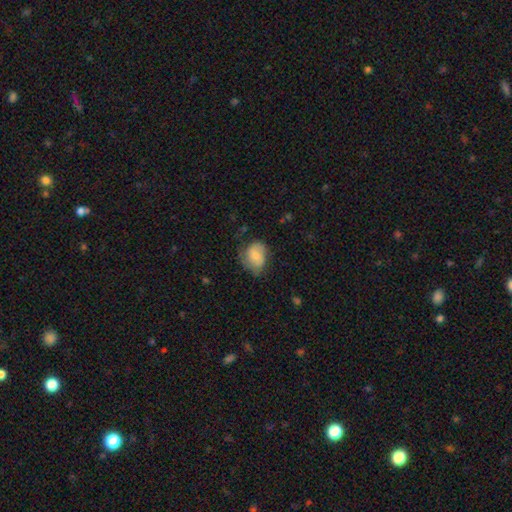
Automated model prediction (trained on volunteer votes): smooth-or-featured: smooth: 67% | featured or disk: 25% | star or artifact: 7%
  how-rounded: in between: 57% | round: 42% | cigar-shaped: 1%
  merging: none: 50% | minor disturbance: 34% | major disturbance: 15% | merger: 1%